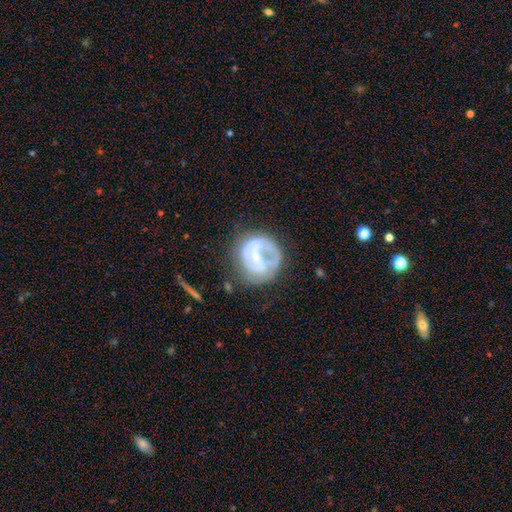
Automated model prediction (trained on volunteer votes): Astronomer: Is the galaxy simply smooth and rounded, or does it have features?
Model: featured or disk — 68%.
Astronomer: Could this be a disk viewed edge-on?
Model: no — 97%.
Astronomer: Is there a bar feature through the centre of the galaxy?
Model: weak — 42% (runner-up: strong, 32%).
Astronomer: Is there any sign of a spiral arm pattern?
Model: yes — 58% (runner-up: no, 42%).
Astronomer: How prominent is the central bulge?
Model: small — 60%.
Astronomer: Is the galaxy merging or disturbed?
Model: none — 52%.